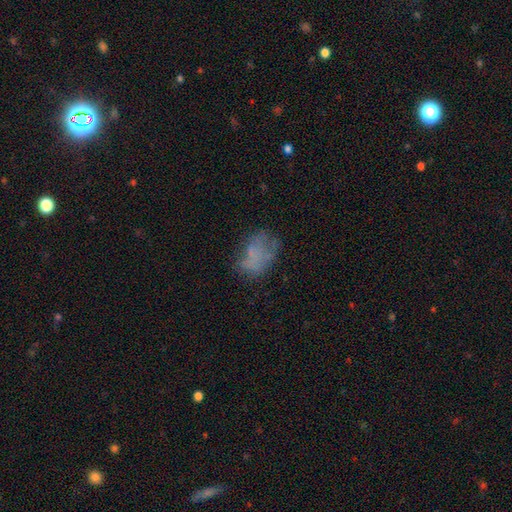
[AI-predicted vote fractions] Smooth or featured? Predicted: smooth (p=0.53). How rounded? Predicted: in between (p=0.80). Merging? Predicted: none (p=0.47).